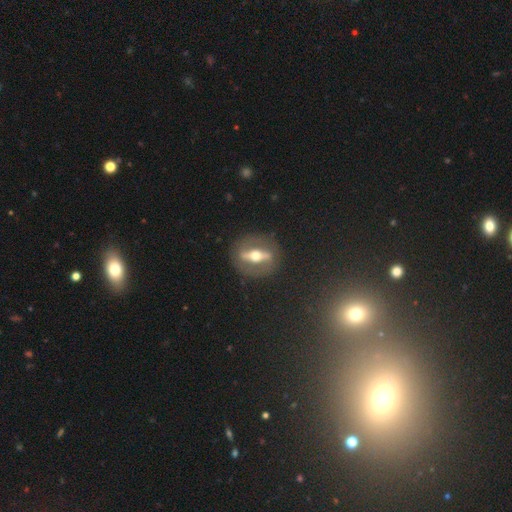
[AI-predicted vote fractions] A featured or disk galaxy (76%).

Vote fractions:
- Smooth or featured? featured or disk: 76% / smooth: 16% / star or artifact: 8%
- Edge-on disk? no: 52% / yes: 48%
- Merging? none: 83% / minor disturbance: 9% / major disturbance: 6% / merger: 1%